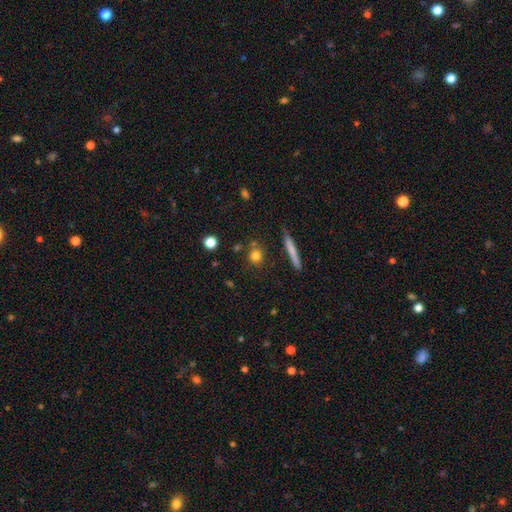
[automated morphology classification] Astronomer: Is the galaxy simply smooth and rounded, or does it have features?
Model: smooth — 78%.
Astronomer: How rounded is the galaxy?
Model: round — 75%.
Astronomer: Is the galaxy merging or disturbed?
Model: none — 77%.